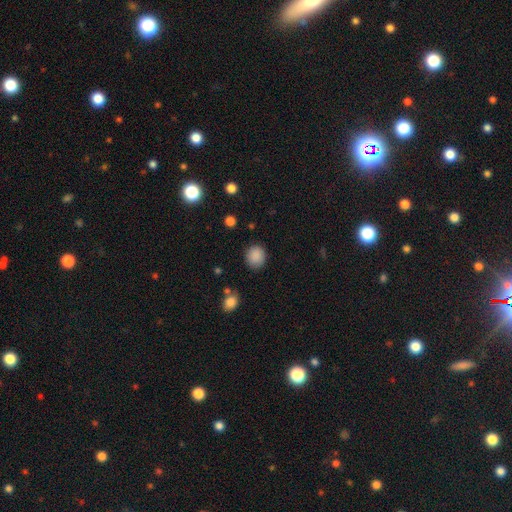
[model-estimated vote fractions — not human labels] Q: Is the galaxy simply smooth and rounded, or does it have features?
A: smooth — 88%.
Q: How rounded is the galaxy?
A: round — 79%.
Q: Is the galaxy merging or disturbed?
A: none — 86%.